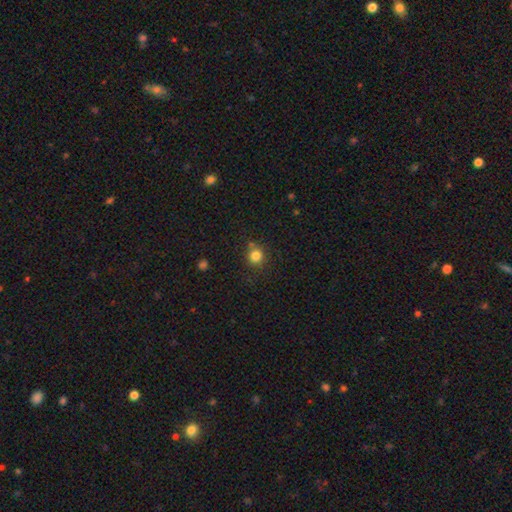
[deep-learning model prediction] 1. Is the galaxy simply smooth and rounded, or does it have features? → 82% smooth, 12% star or artifact, 5% featured or disk.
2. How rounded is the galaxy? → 91% round, 8% in between, 1% cigar-shaped.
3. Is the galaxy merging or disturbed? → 78% none, 11% minor disturbance, 7% merger, 4% major disturbance.